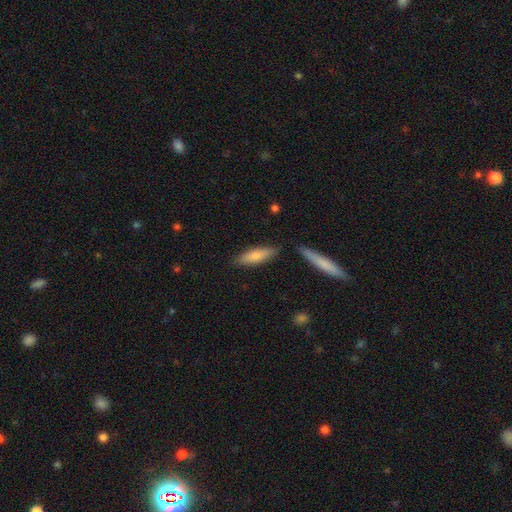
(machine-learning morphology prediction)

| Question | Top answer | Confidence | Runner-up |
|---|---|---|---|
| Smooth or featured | smooth | 78% | featured or disk (17%) |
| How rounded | cigar-shaped | 57% | in between (41%) |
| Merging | none | 81% | minor disturbance (12%) |